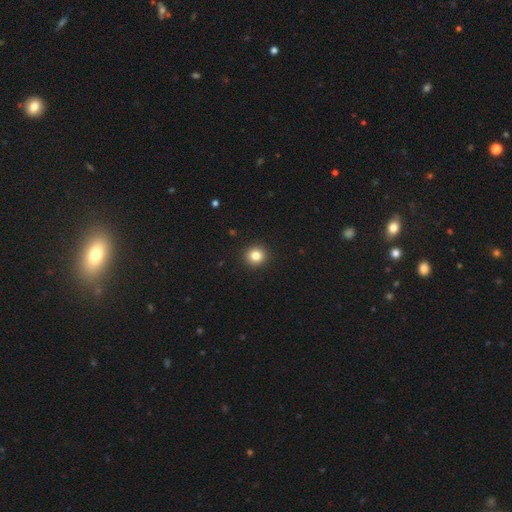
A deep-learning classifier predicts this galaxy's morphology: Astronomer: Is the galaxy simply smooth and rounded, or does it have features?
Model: smooth — 82%.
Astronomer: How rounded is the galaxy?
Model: round — 93%.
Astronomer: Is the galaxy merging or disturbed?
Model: none — 93%.